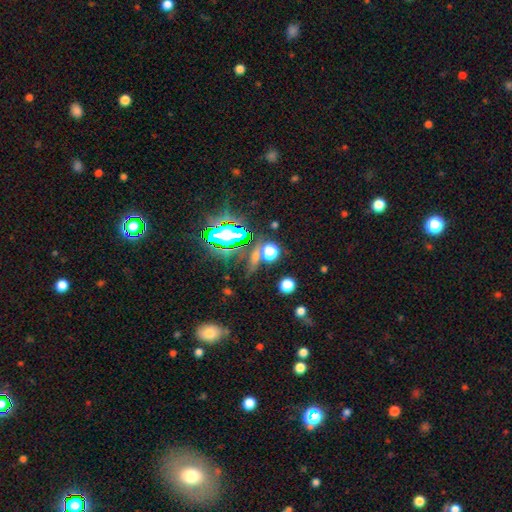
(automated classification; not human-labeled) smooth_or_featured: star or artifact (p=0.57) [alt: smooth p=0.31]